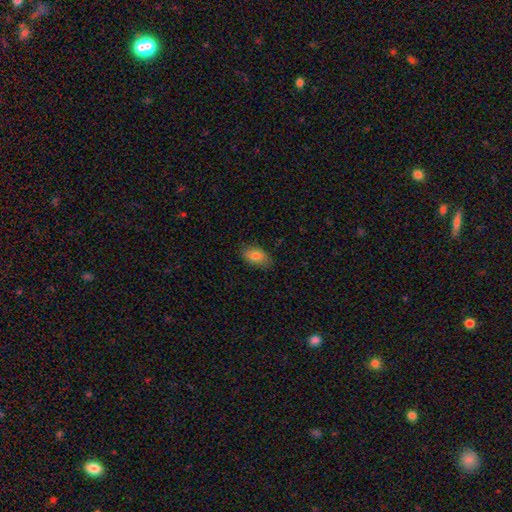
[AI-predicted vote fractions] Smooth or featured? smooth (80%)
How rounded? in between (88%)
Merging? none (78%)